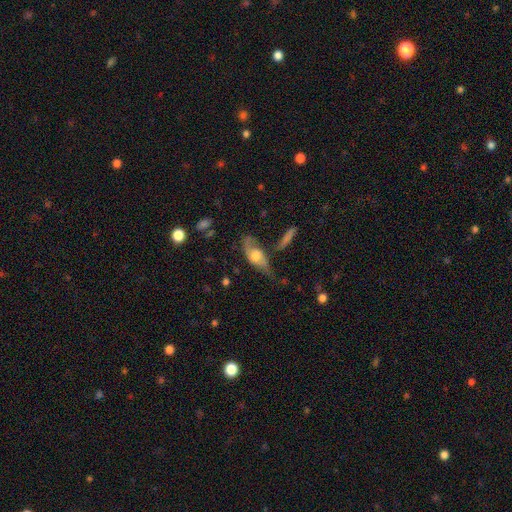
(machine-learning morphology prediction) Smooth or featured?
  - featured or disk: 53% *
  - smooth: 39%
  - star or artifact: 8%
Edge-on disk?
  - no: 71% *
  - yes: 29%
Merging?
  - none: 39% *
  - minor disturbance: 29%
  - major disturbance: 22%
  - merger: 10%